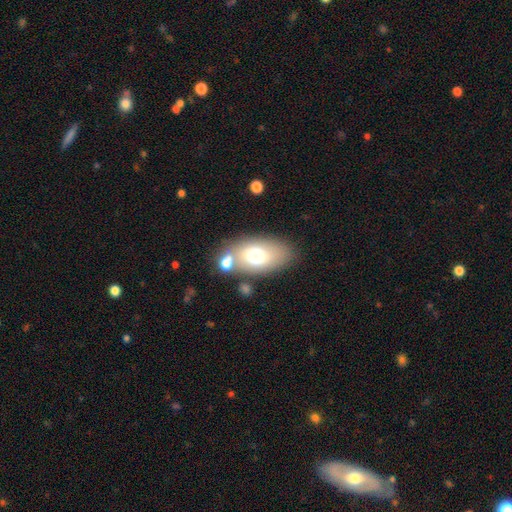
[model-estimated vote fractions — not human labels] smooth-or-featured: smooth: 68% | featured or disk: 23% | star or artifact: 10%
  how-rounded: in between: 88% | round: 10% | cigar-shaped: 2%
  merging: none: 63% | merger: 18% | minor disturbance: 13% | major disturbance: 5%